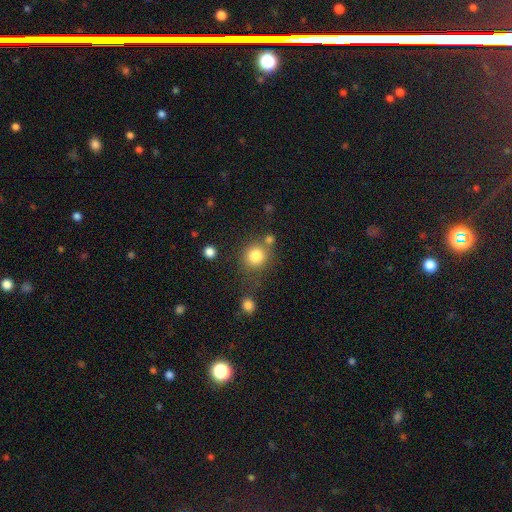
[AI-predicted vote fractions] This appears to be a smooth galaxy with no disk features (82%) that is round (88%). Merging: none (69%).